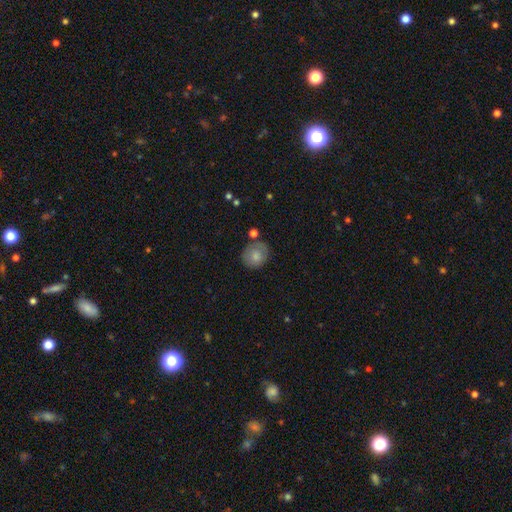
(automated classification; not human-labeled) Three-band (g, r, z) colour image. It shows a smooth galaxy with no disk features (77%) that is round (78%). Merging: none (72%).